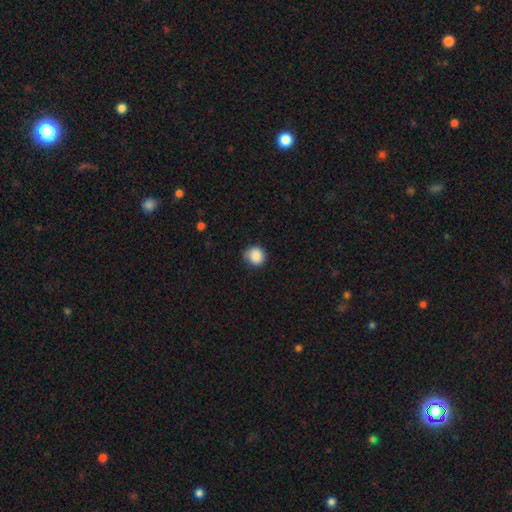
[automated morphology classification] Overall: smooth (88%). How rounded: round (88%). Merging: none (76%).